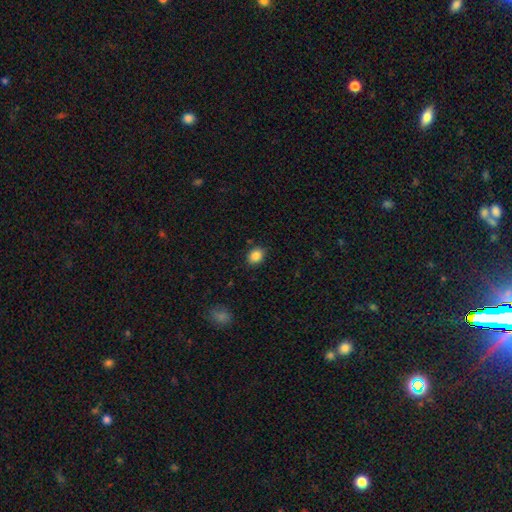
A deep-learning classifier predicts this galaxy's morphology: This is clearly a smooth galaxy (87%). How rounded: possibly in between (54%). Merging: clearly none (85%).